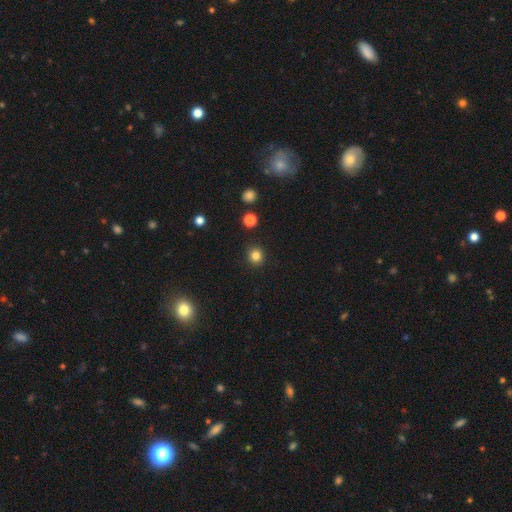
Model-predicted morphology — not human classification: type=smooth (83%); roundness=round (91%); merging=none (91%).